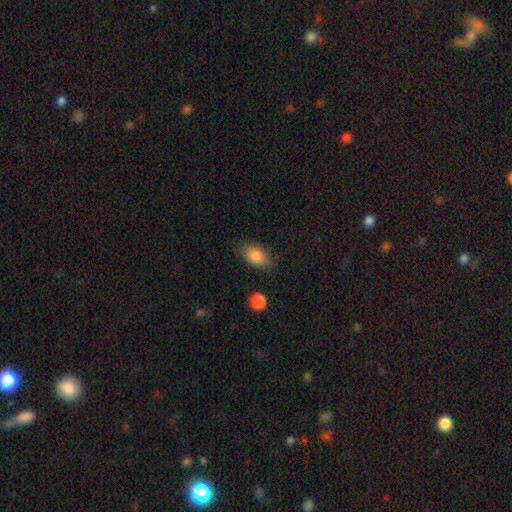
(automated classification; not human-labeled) Smooth or featured? Predicted: smooth (p=0.86). How rounded? Predicted: in between (p=0.88). Merging? Predicted: none (p=0.76).